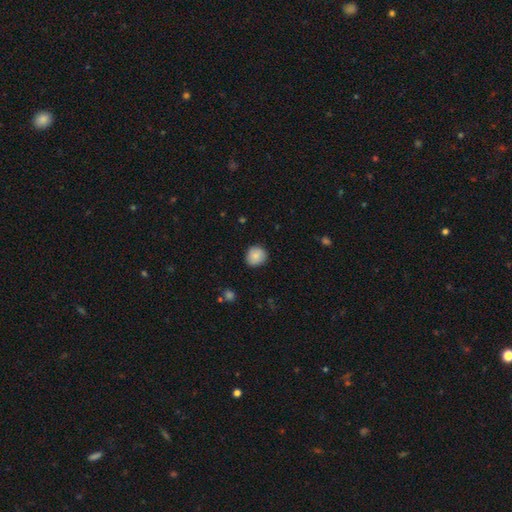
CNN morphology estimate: This appears to be a smooth galaxy with no disk features (85%) that is round (86%). Merging: none (86%).